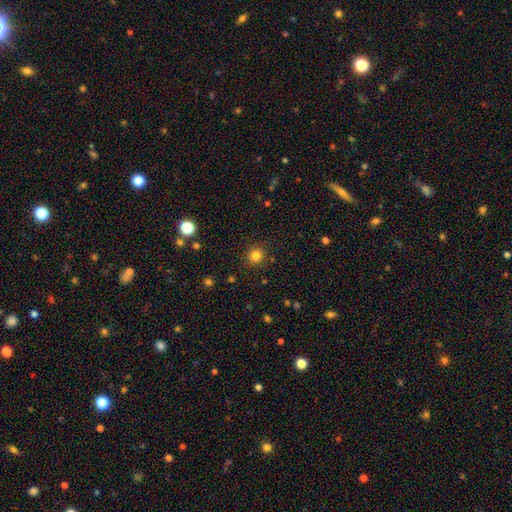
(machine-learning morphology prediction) type=smooth (82%); roundness=round (86%); merging=none (88%).